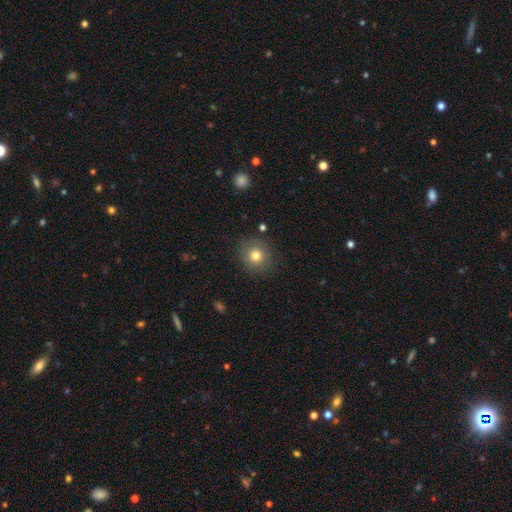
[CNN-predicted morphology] A smooth galaxy with no disk features (77%) that is round (88%).

Vote fractions:
- Smooth or featured? smooth: 77% / star or artifact: 12% / featured or disk: 11%
- How rounded? round: 88% / in between: 11% / cigar-shaped: 1%
- Merging? none: 86% / minor disturbance: 9% / major disturbance: 3% / merger: 1%